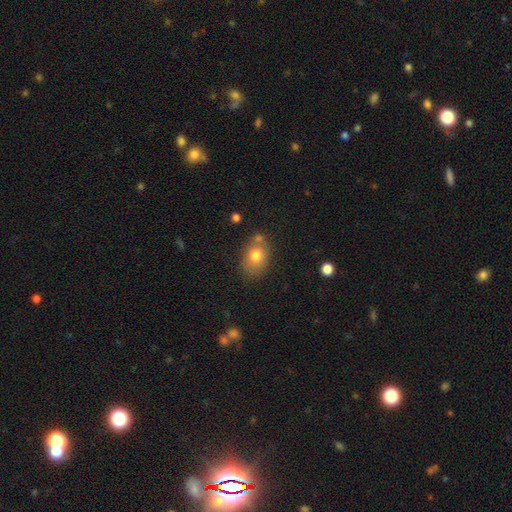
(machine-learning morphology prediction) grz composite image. It shows a smooth galaxy with no disk features (76%) that is in between round and cigar-shaped (75%). Merging: none (65%).